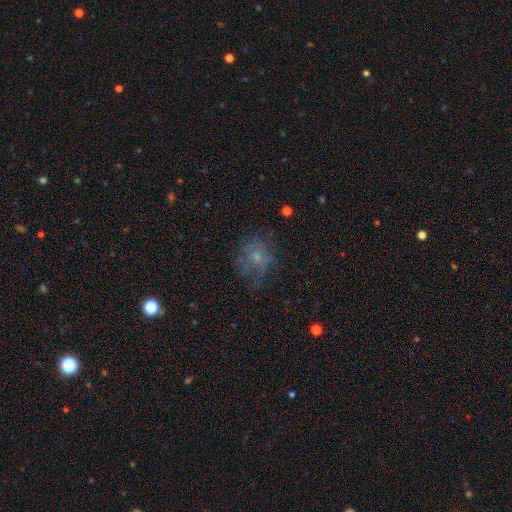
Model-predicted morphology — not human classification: type=smooth (48%); merging=none (55%).